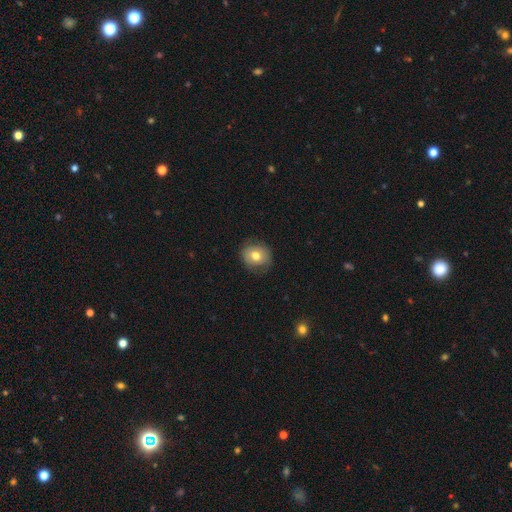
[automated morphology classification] Smooth or featured: smooth — 70% (featured or disk — 21%)
How rounded: round — 77% (in between — 23%)
Merging: none — 78% (minor disturbance — 17%)